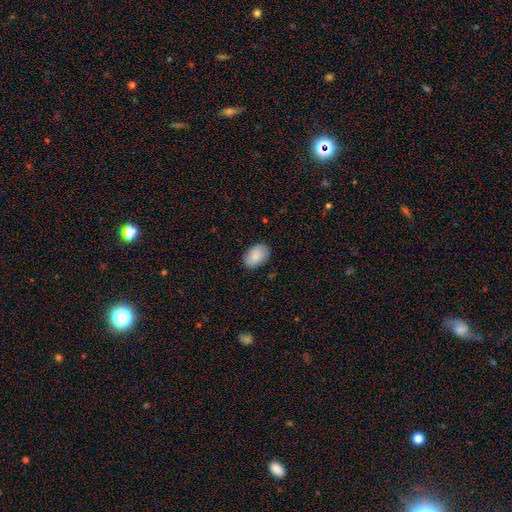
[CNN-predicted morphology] A smooth galaxy with no disk features (81%) that is in between round and cigar-shaped (86%). Merging: none (85%).